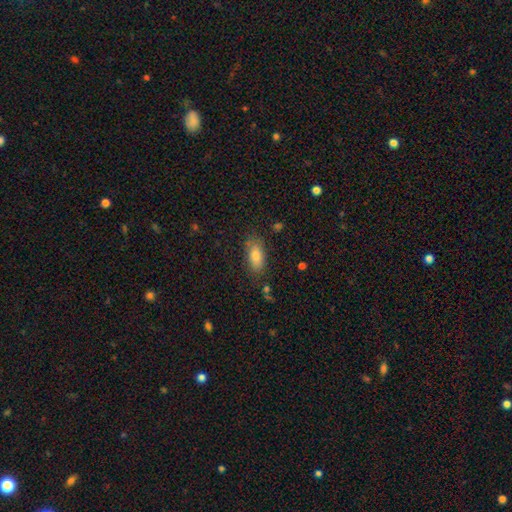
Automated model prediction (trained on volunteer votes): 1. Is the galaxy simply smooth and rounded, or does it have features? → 78% smooth, 13% featured or disk, 9% star or artifact.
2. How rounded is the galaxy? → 86% in between, 10% cigar-shaped, 4% round.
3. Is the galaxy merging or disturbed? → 79% none, 15% minor disturbance, 4% major disturbance, 2% merger.